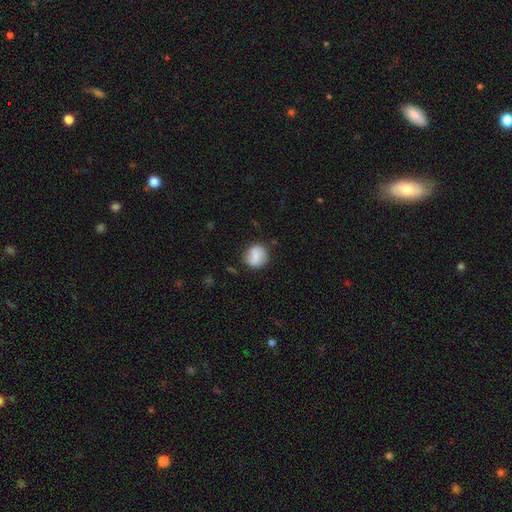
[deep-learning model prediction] The model was most divided on "smooth or featured": smooth: 76%, featured or disk: 16%, star or artifact: 8%. More confident: how rounded — round (83%); merging — none (77%).